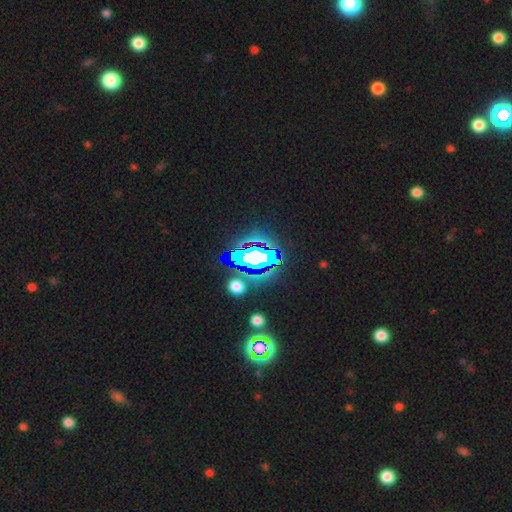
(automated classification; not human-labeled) smooth_or_featured: star or artifact (p=0.63) [alt: featured or disk p=0.19]